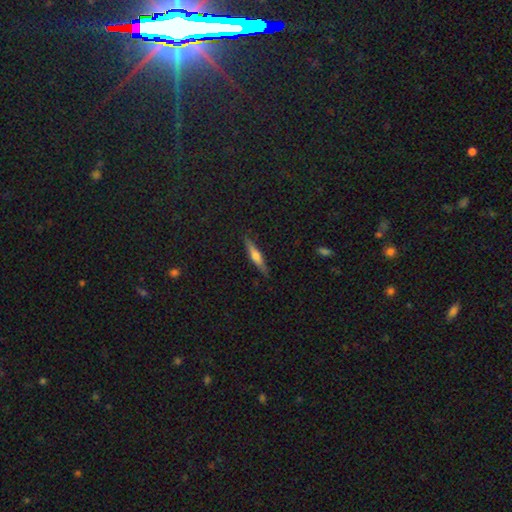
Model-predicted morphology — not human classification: This is possibly a featured or disk galaxy (52%). It is clearly viewed edge-on (95%). Merging: clearly none (87%).